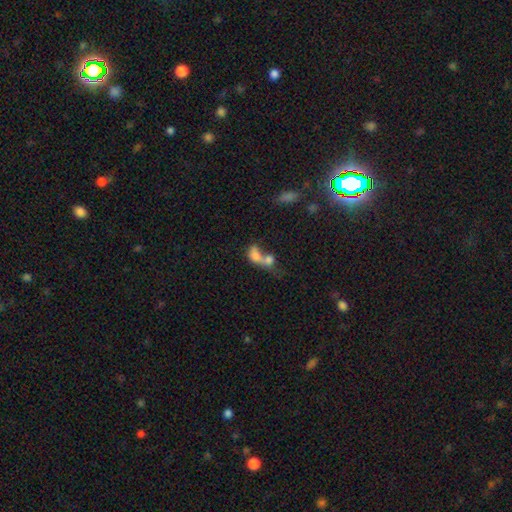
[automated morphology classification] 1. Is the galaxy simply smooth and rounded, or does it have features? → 67% smooth, 22% featured or disk, 11% star or artifact.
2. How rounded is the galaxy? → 69% in between, 26% round, 5% cigar-shaped.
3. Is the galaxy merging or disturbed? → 75% merger, 11% none, 9% major disturbance, 5% minor disturbance.